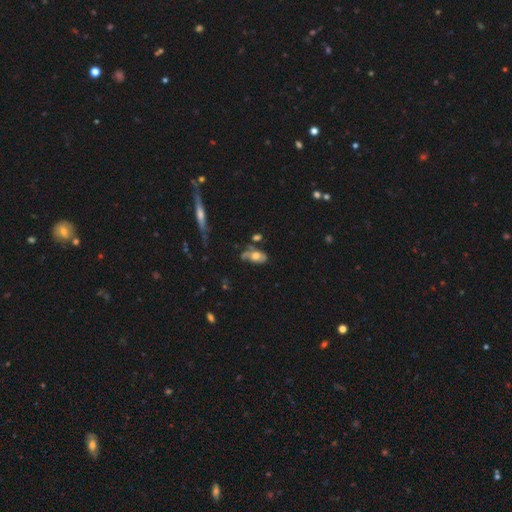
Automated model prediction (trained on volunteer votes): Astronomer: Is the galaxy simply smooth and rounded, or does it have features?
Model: smooth — 49% (runner-up: featured or disk, 43%).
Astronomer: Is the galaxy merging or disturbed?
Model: none — 41% (runner-up: minor disturbance, 28%).